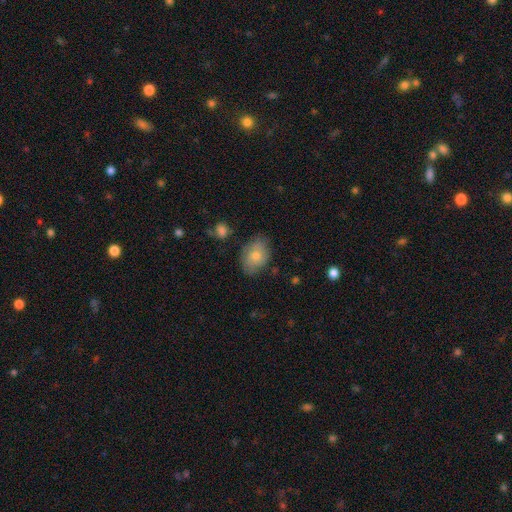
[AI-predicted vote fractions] Smooth or featured? Predicted: smooth (p=0.73). How rounded? Predicted: in between (p=0.79). Merging? Predicted: none (p=0.73).